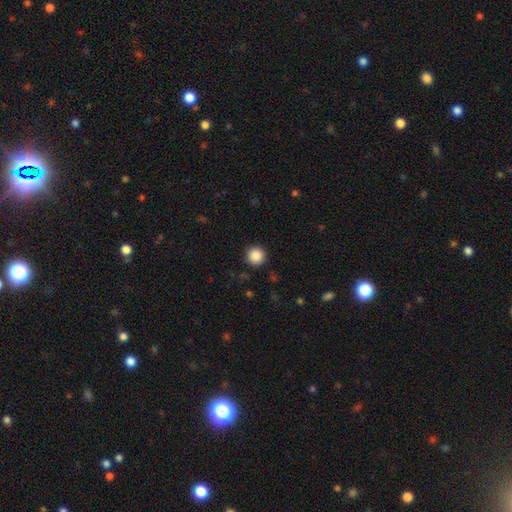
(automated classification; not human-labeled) Q: Smooth or featured?
A: smooth (88%); runner-up: star or artifact (9%)
Q: How rounded?
A: round (96%); runner-up: in between (3%)
Q: Merging?
A: none (92%); runner-up: minor disturbance (5%)